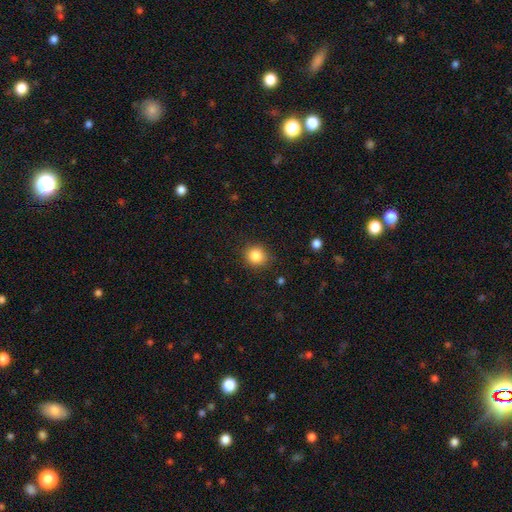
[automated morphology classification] type=smooth (85%); roundness=round (85%); merging=none (87%).